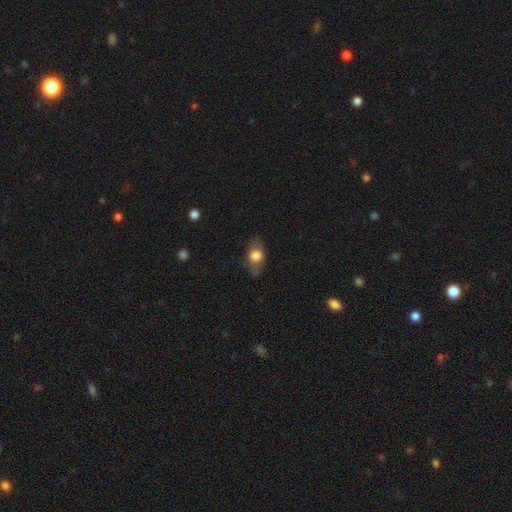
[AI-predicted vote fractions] The model was most divided on "smooth or featured": smooth: 68%, featured or disk: 24%, star or artifact: 8%. More confident: merging — none (73%); how rounded — in between (71%).